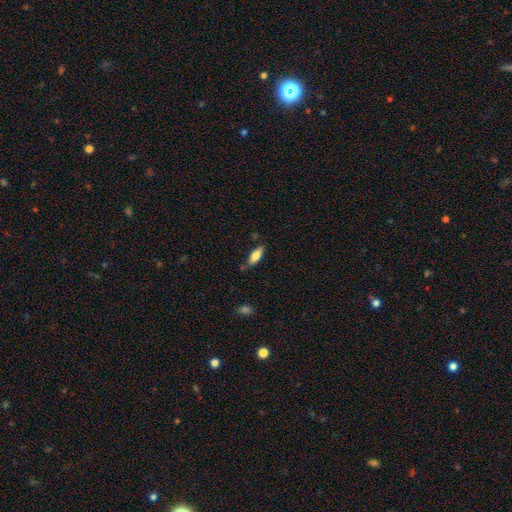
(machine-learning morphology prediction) Smooth or featured? Predicted: smooth (p=0.72). How rounded? Predicted: in between (p=0.69). Merging? Predicted: none (p=0.78).